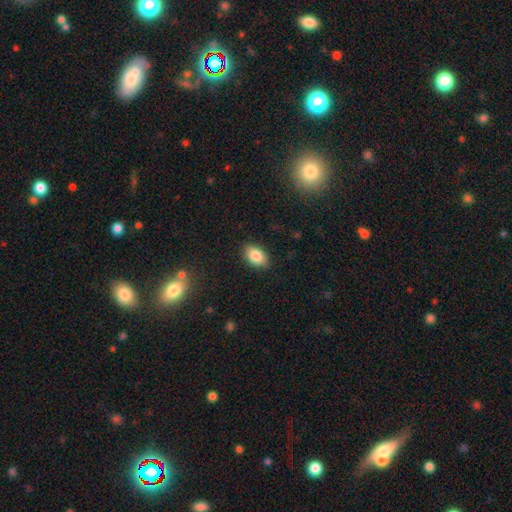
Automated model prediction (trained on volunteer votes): Q: Smooth or featured?
A: smooth (85%); runner-up: star or artifact (8%)
Q: How rounded?
A: in between (90%); runner-up: round (9%)
Q: Merging?
A: none (88%); runner-up: minor disturbance (8%)